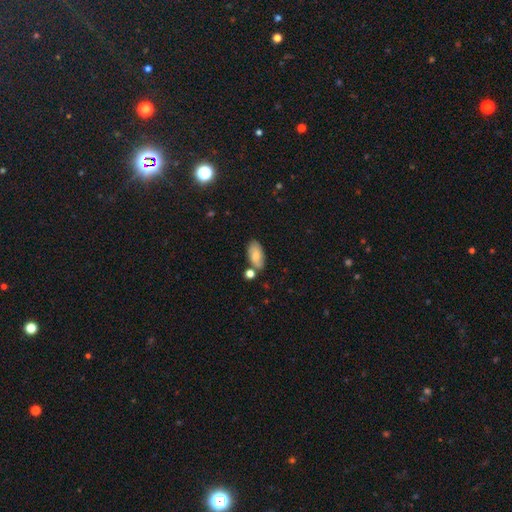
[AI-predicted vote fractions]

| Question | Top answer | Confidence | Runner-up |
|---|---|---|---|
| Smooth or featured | smooth | 71% | featured or disk (22%) |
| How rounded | in between | 93% | cigar-shaped (4%) |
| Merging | none | 68% | minor disturbance (17%) |